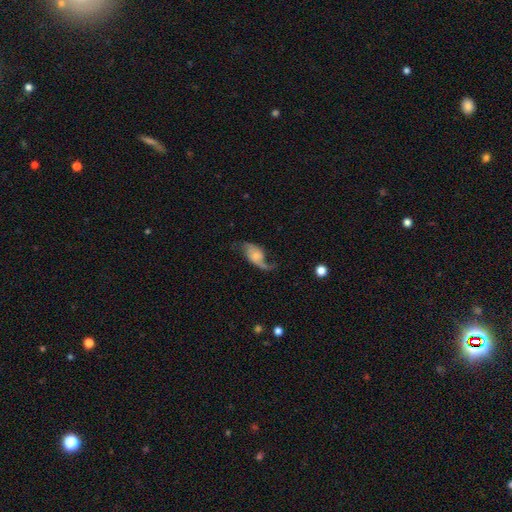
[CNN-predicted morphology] Smooth or featured?
  - featured or disk: 74% *
  - smooth: 19%
  - star or artifact: 7%
Edge-on disk?
  - no: 95% *
  - yes: 5%
Bar?
  - no: 65% *
  - weak: 28%
  - strong: 7%
Spiral arms?
  - yes: 93% *
  - no: 7%
Spiral winding?
  - loose: 72% *
  - medium: 22%
  - tight: 6%
Spiral arm count?
  - 2: 78% *
  - 1: 16%
  - can't tell: 3%
  - 3: 1%
  - 4: 1%
  - more than 4: 1%
Bulge size?
  - small: 48% *
  - moderate: 32%
  - none: 12%
  - large: 6%
  - dominant: 2%
Merging?
  - none: 52% *
  - minor disturbance: 23%
  - major disturbance: 23%
  - merger: 3%